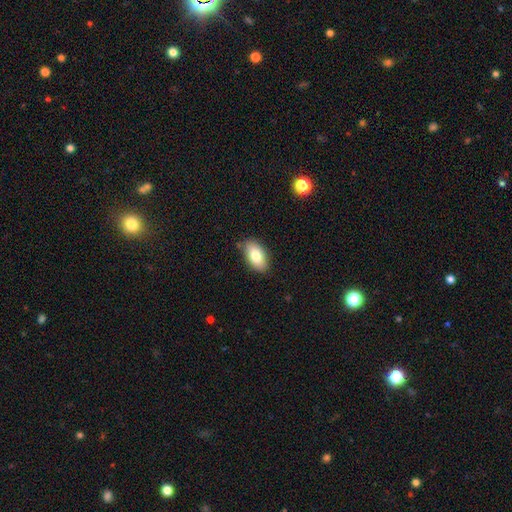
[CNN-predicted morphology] A smooth galaxy with no disk features (81%) that is in between round and cigar-shaped (93%).

Vote fractions:
- Smooth or featured? smooth: 81% / featured or disk: 12% / star or artifact: 7%
- How rounded? in between: 93% / round: 4% / cigar-shaped: 3%
- Merging? none: 85% / minor disturbance: 11% / major disturbance: 2% / merger: 1%